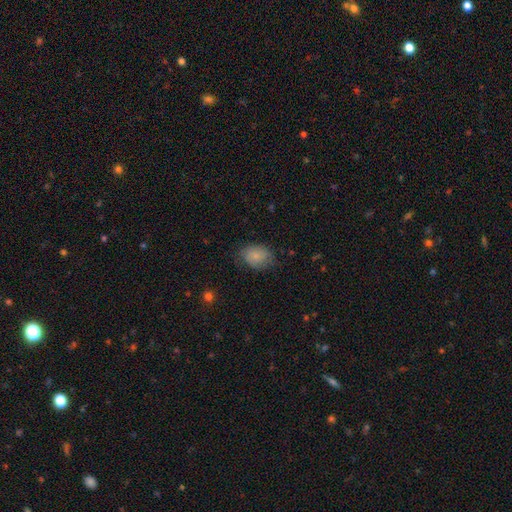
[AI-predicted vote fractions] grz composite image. It shows a smooth galaxy with no disk features (80%) that is in between round and cigar-shaped (70%). Merging: none (67%).